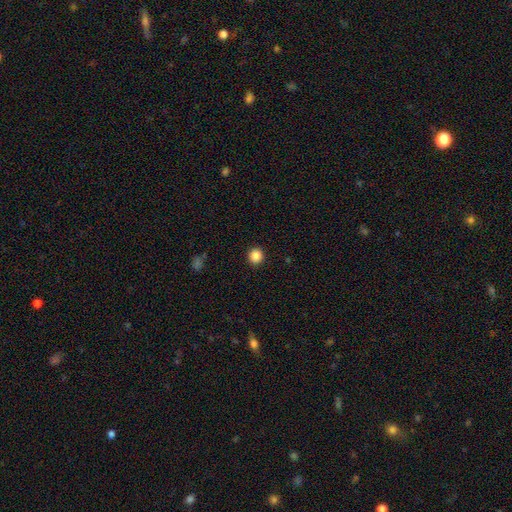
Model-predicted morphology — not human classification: The model was most divided on "smooth or featured": smooth: 86%, star or artifact: 10%, featured or disk: 3%. More confident: merging — none (93%); how rounded — round (92%).